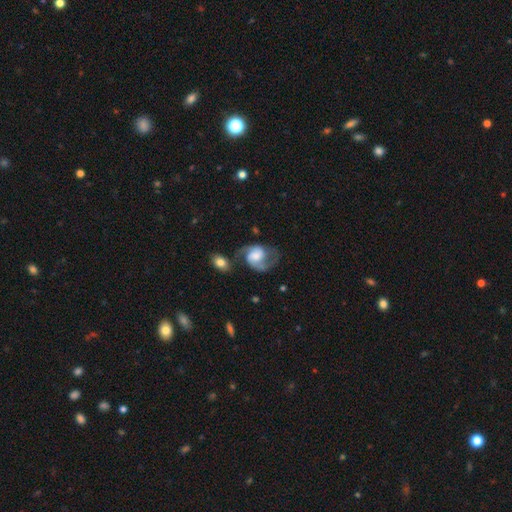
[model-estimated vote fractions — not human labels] This is likely a featured or disk galaxy (74%). It is clearly not viewed edge-on (98%). Bar: possibly no (55%). Spiral arm pattern: clearly yes (92%). Spiral arm count: clearly 2 (85%). Spiral winding: possibly medium (51%). Central bulge: marginally moderate (34%). Merging: possibly none (50%).